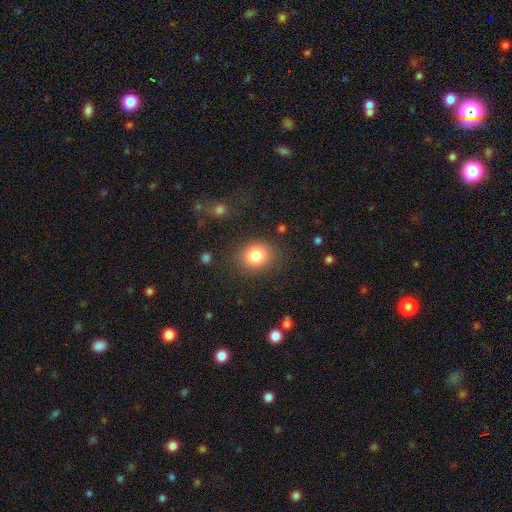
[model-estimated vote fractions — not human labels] A smooth galaxy with no disk features (82%) that is round (72%). Merging: none (83%).